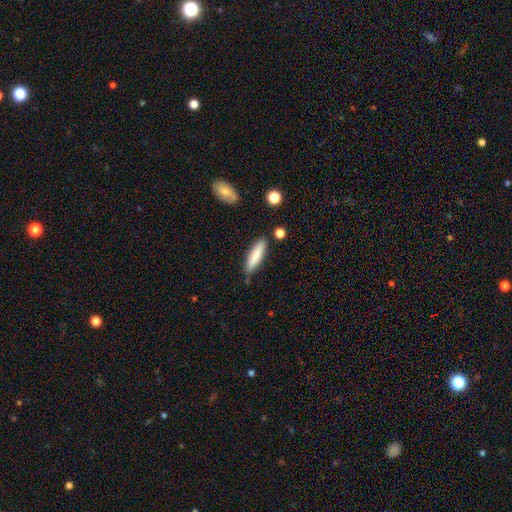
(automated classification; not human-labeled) Smooth or featured?
  - smooth: 81% *
  - featured or disk: 13%
  - star or artifact: 6%
How rounded?
  - cigar-shaped: 72% *
  - in between: 26%
  - round: 1%
Merging?
  - none: 80% *
  - minor disturbance: 14%
  - merger: 3%
  - major disturbance: 3%